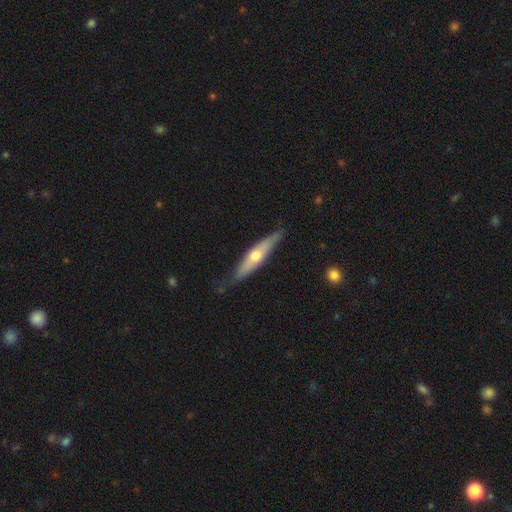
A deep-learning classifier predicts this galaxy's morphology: featured or disk 55%, smooth 40%, star or artifact 5%. Down the decision tree: edge-on disk — yes (87%); merging — none (78%).